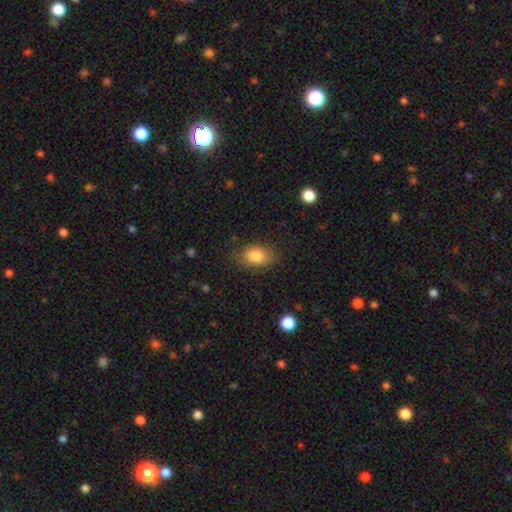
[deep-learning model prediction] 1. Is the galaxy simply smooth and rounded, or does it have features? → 83% smooth, 9% featured or disk, 8% star or artifact.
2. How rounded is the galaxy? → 84% in between, 15% round, 2% cigar-shaped.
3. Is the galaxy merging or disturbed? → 79% none, 15% minor disturbance, 4% major disturbance, 1% merger.